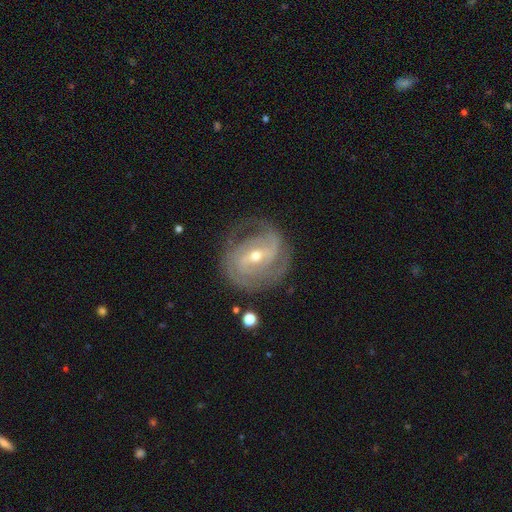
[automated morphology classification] smooth-or-featured: featured or disk: 88% | smooth: 6% | star or artifact: 6%
  disk-edge-on: no: 96% | yes: 4%
    bar: strong: 43% | weak: 40% | no: 16%
    has-spiral-arms: yes: 95% | no: 5%
      spiral-winding: tight: 52% | medium: 37% | loose: 10%
      spiral-arm-count: 2: 51% | 3: 19% | can't tell: 18% | 4: 5% | 1: 4% | more than 4: 3%
    bulge-size: small: 50% | moderate: 47% | large: 1% | none: 1% | dominant: 1%
  merging: none: 74% | minor disturbance: 16% | major disturbance: 9% | merger: 2%